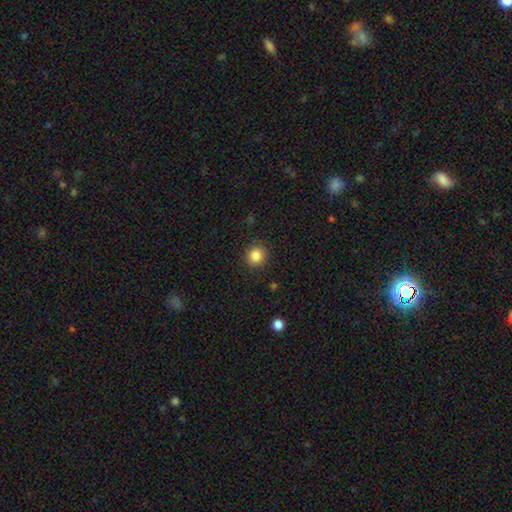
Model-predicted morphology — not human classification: A smooth galaxy with no disk features (85%) that is round (90%). Merging: none (90%).